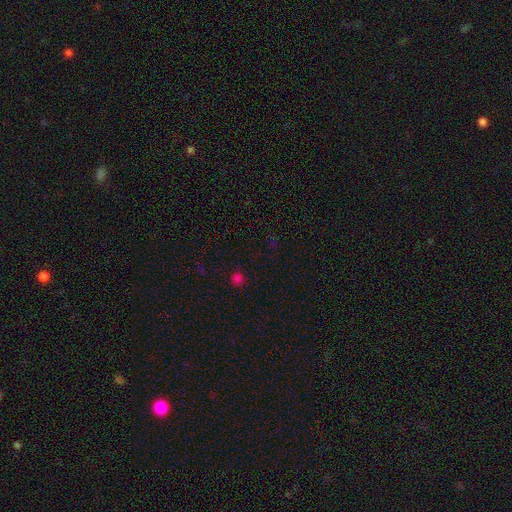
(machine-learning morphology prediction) smooth-or-featured: star or artifact: 51% | smooth: 43% | featured or disk: 6%